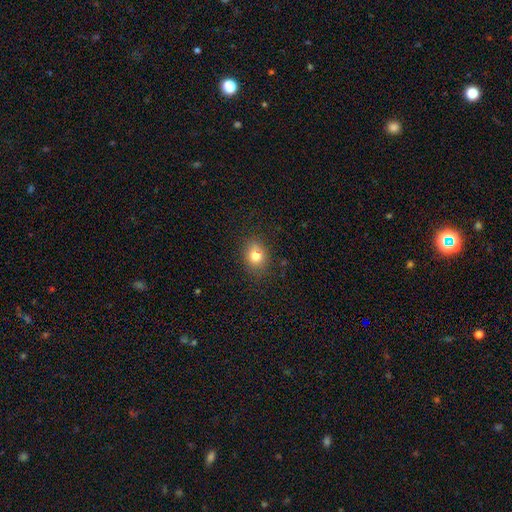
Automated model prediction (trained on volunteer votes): This appears to be a smooth galaxy with no disk features (77%) that is round (58%). Merging: none (70%).